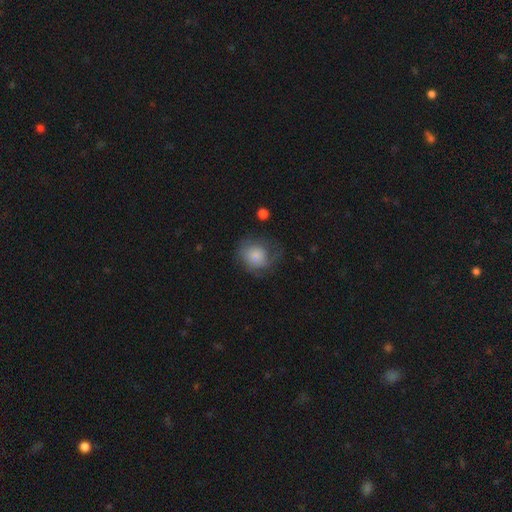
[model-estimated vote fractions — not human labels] smooth 70%, featured or disk 23%, star or artifact 8%. Down the decision tree: how rounded — round (70%); merging — none (49%).